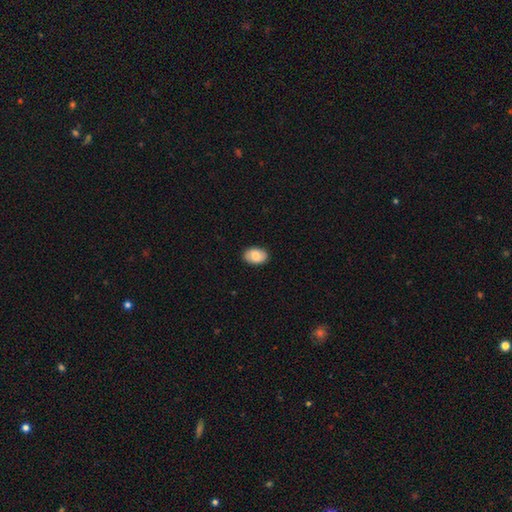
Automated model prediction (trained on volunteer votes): Smooth or featured?
  - smooth: 79% *
  - featured or disk: 15%
  - star or artifact: 7%
How rounded?
  - in between: 86% *
  - round: 13%
  - cigar-shaped: 1%
Merging?
  - none: 88% *
  - minor disturbance: 9%
  - major disturbance: 2%
  - merger: 1%